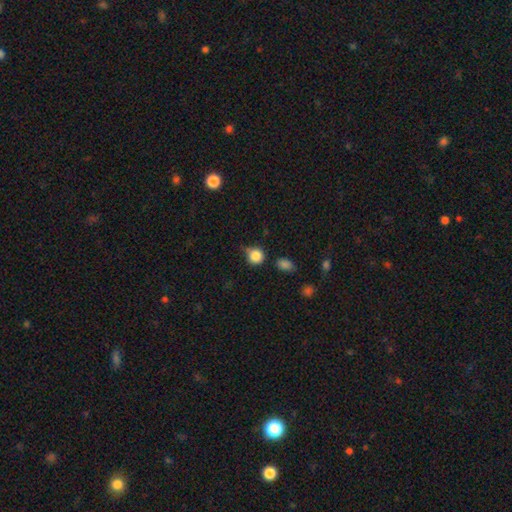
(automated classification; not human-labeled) Smooth or featured: smooth — 84% (star or artifact — 10%)
How rounded: round — 89% (in between — 10%)
Merging: none — 63% (minor disturbance — 23%)